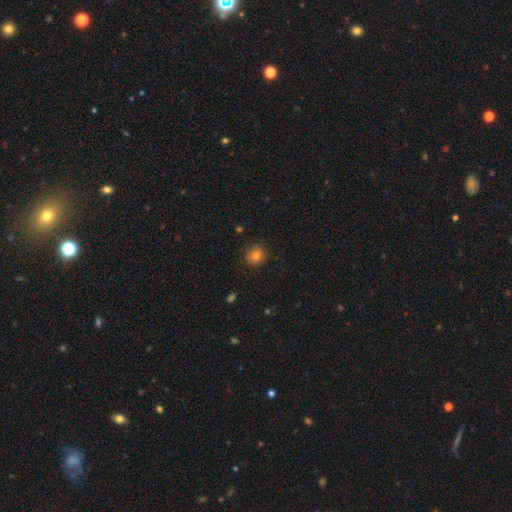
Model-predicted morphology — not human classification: A smooth galaxy with no disk features (80%) that is round (90%). Merging: none (87%).